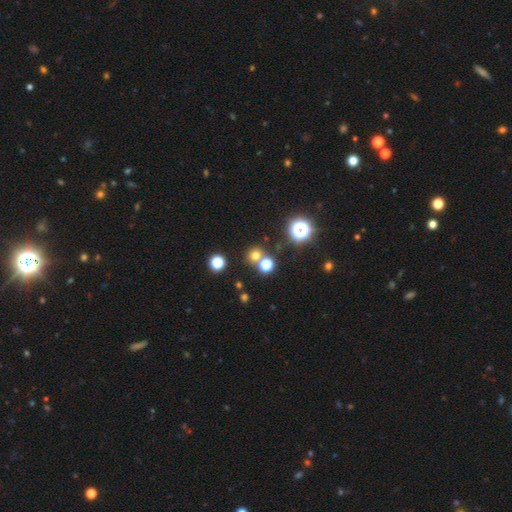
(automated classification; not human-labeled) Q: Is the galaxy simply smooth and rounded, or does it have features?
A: smooth — 65%.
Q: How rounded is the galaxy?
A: round — 88%.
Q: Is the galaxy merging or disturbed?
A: none — 70%.